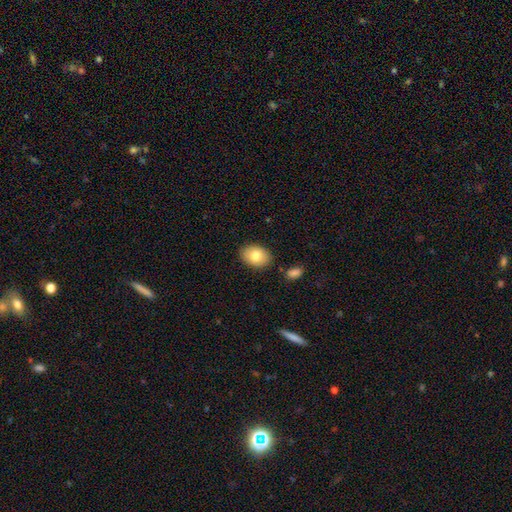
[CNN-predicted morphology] Smooth or featured?
  - smooth: 82% *
  - featured or disk: 11%
  - star or artifact: 7%
How rounded?
  - in between: 79% *
  - round: 20%
  - cigar-shaped: 1%
Merging?
  - none: 84% *
  - minor disturbance: 10%
  - merger: 3%
  - major disturbance: 2%